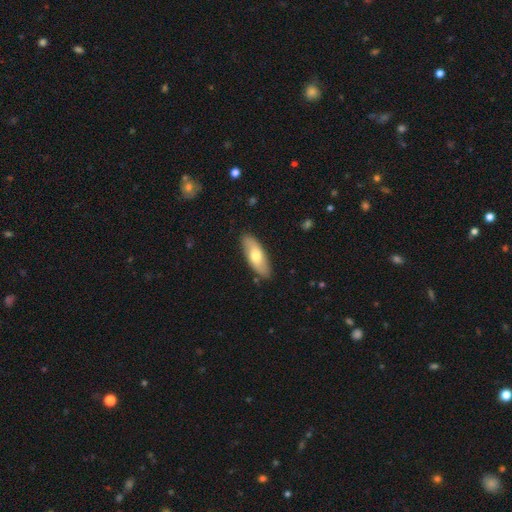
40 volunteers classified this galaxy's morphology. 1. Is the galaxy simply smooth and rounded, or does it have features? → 48% smooth, 42% featured or disk, 10% star or artifact.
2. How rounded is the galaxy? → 58% in between, 32% cigar-shaped, 11% round.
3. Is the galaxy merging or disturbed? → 78% none, 14% minor disturbance, 6% major disturbance, 3% merger.